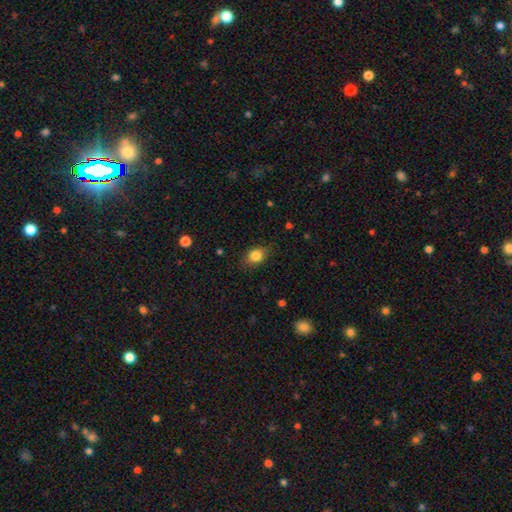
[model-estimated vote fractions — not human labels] Smooth or featured? Predicted: smooth (p=0.82). How rounded? Predicted: in between (p=0.65). Merging? Predicted: none (p=0.81).